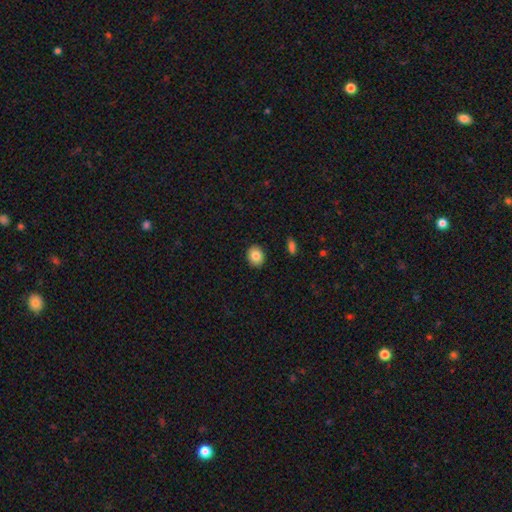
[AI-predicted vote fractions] This is clearly a smooth galaxy (84%). How rounded: possibly round (53%). Merging: clearly none (90%).